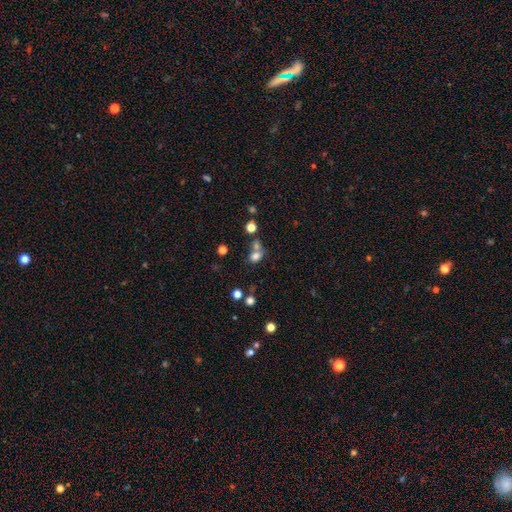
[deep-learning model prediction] Smooth or featured? Predicted: smooth (p=0.74). How rounded? Predicted: round (p=0.55). Merging? Predicted: merger (p=0.45).